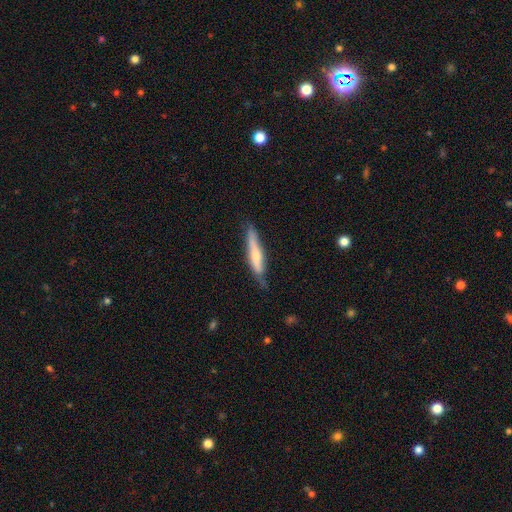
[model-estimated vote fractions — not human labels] A smooth galaxy with no disk features (52%) that is cigar-shaped (88%). Merging: none (67%).